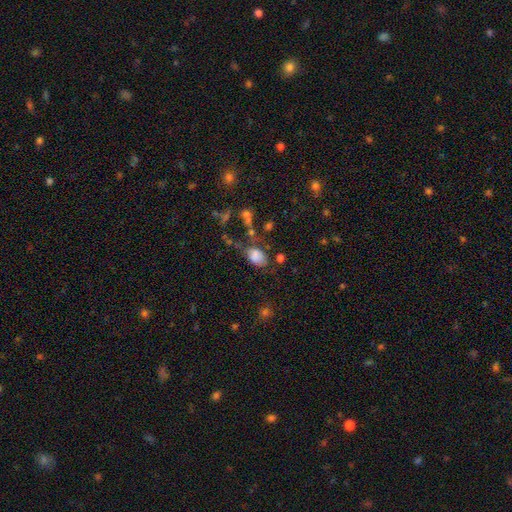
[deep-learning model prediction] Smooth or featured? Predicted: smooth (p=0.78). How rounded? Predicted: in between (p=0.81). Merging? Predicted: none (p=0.45).